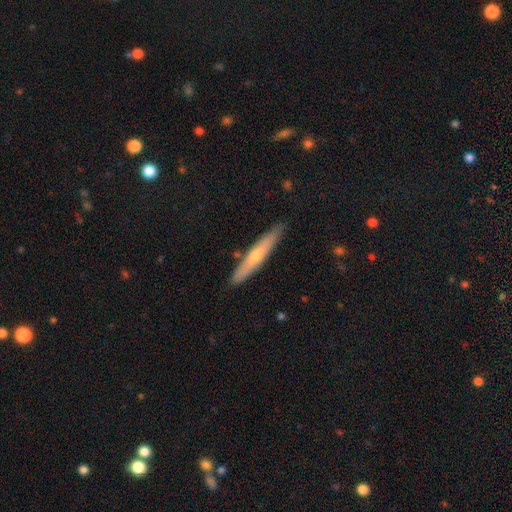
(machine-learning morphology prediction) This is possibly a featured or disk galaxy (48%). Merging: clearly none (87%).